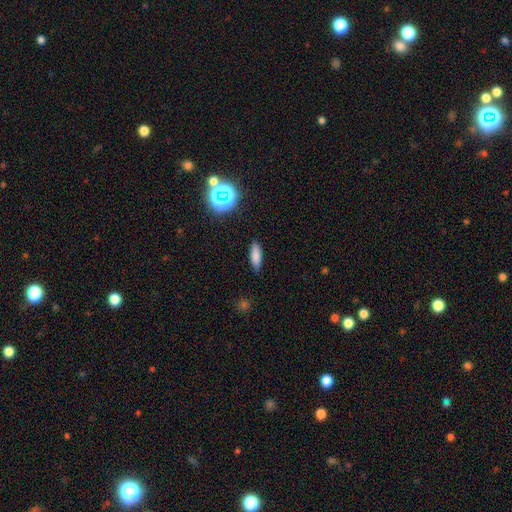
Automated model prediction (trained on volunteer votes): Q: Smooth or featured?
A: smooth (80%); runner-up: star or artifact (11%)
Q: How rounded?
A: in between (54%); runner-up: cigar-shaped (43%)
Q: Merging?
A: none (85%); runner-up: minor disturbance (11%)